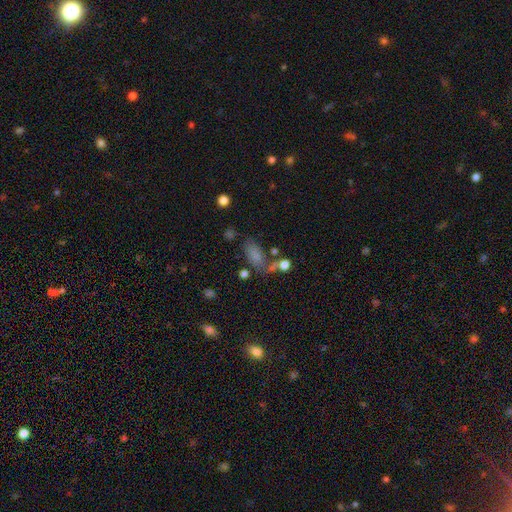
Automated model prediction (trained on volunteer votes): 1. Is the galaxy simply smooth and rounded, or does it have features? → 72% smooth, 16% star or artifact, 12% featured or disk.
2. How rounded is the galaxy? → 84% in between, 11% cigar-shaped, 6% round.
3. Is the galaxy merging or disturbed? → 52% none, 19% minor disturbance, 16% merger, 13% major disturbance.